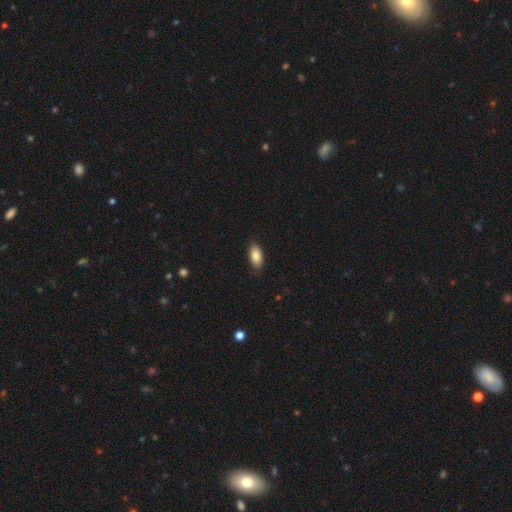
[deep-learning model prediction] Morphology: type=smooth (85%); roundness=in between (90%); merging=none (86%).